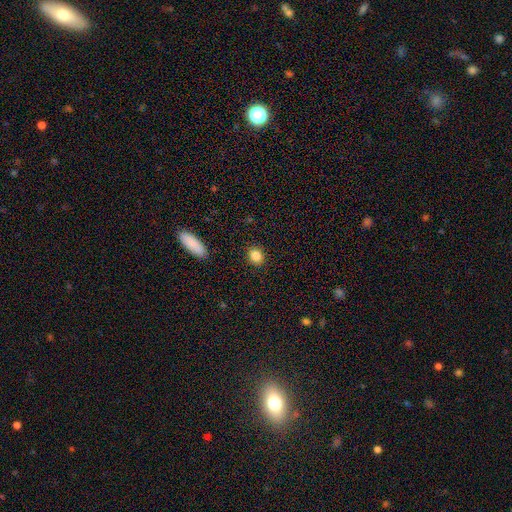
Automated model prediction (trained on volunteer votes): A smooth galaxy with no disk features (85%) that is round (64%).

Vote fractions:
- Smooth or featured? smooth: 85% / star or artifact: 10% / featured or disk: 5%
- How rounded? round: 64% / in between: 35% / cigar-shaped: 1%
- Merging? none: 90% / minor disturbance: 7% / major disturbance: 2% / merger: 1%